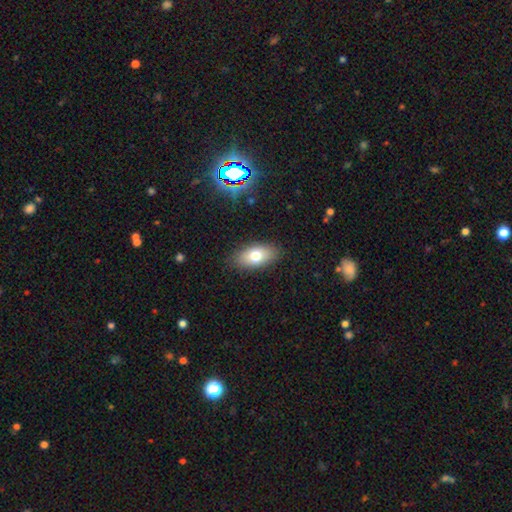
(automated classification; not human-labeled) Smooth or featured: smooth — 73% (featured or disk — 18%)
How rounded: in between — 90% (round — 6%)
Merging: none — 86% (minor disturbance — 10%)